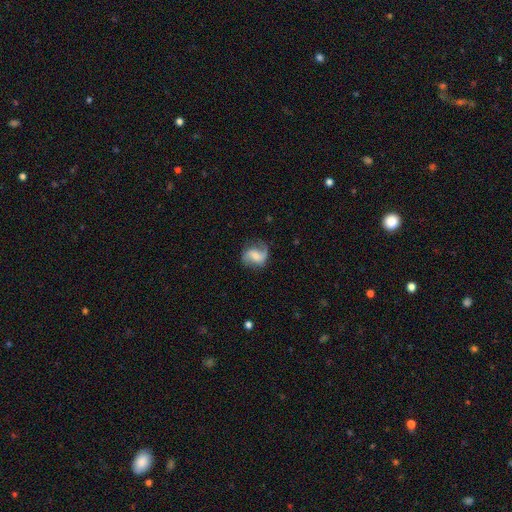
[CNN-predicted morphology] Q: Smooth or featured?
A: featured or disk (67%); runner-up: smooth (25%)
Q: Edge-on disk?
A: no (97%); runner-up: yes (3%)
Q: Bar?
A: no (42%); runner-up: weak (41%)
Q: Spiral arms?
A: yes (92%); runner-up: no (8%)
Q: Spiral winding?
A: loose (54%); runner-up: medium (34%)
Q: Spiral arm count?
A: 2 (84%); runner-up: 1 (7%)
Q: Bulge size?
A: moderate (47%); runner-up: small (43%)
Q: Merging?
A: none (72%); runner-up: minor disturbance (19%)